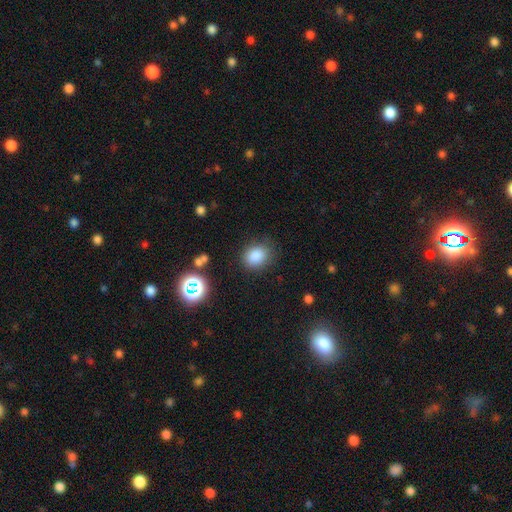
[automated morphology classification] The model was most divided on "how rounded": round: 51%, in between: 48%, cigar-shaped: 1%. More confident: smooth or featured — smooth (84%); merging — none (81%).